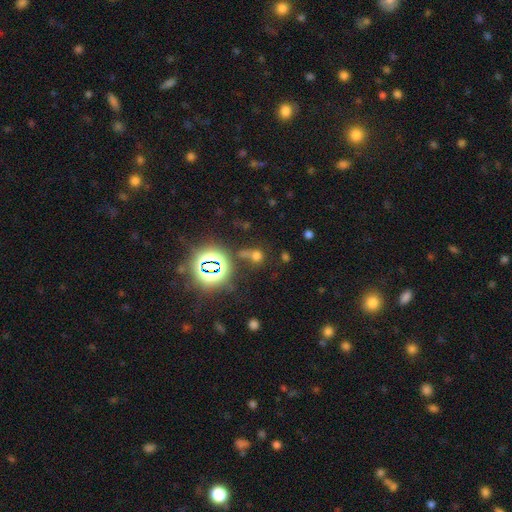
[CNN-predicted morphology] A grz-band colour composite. It shows a smooth galaxy with no disk features (49%). Merging: none (52%).